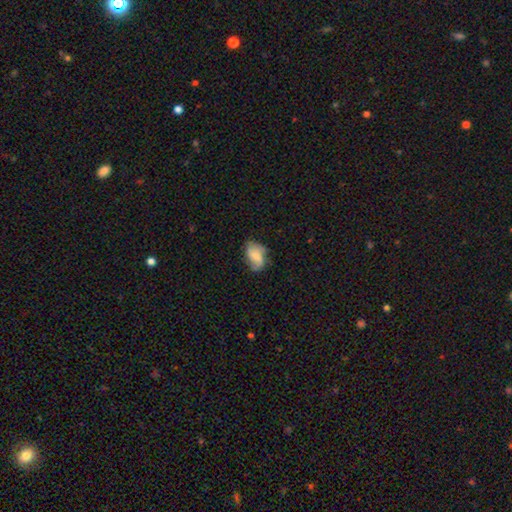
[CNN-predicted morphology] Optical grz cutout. It shows a smooth galaxy with no disk features (59%) that is in between round and cigar-shaped (86%). Merging: none (53%).